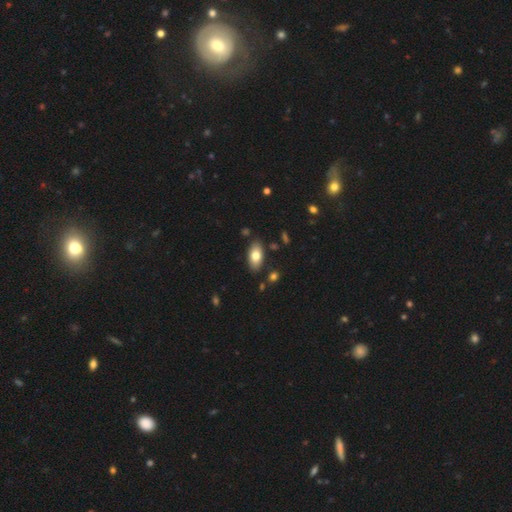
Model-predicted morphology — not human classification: Overall: smooth (77%). How rounded: in between (92%). Merging: none (85%).